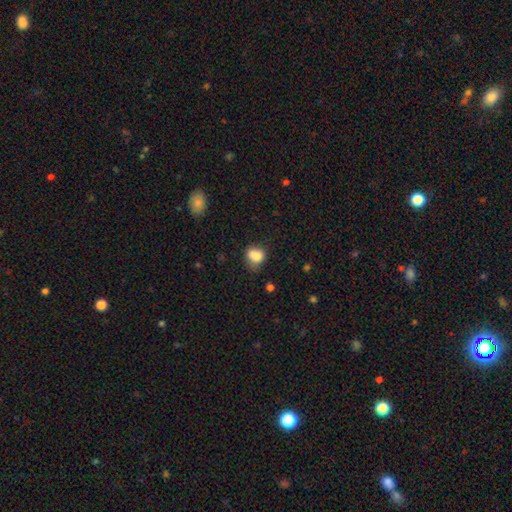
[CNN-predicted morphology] smooth 79%, star or artifact 11%, featured or disk 10%. Down the decision tree: how rounded — round (54%); merging — none (41%).